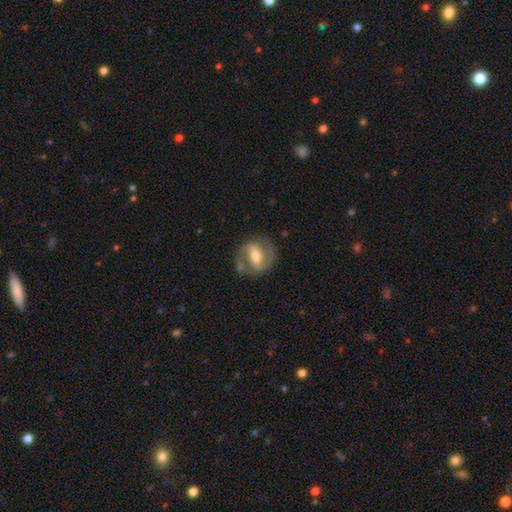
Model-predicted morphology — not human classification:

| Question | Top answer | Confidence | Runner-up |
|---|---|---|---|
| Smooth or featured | featured or disk | 83% | smooth (12%) |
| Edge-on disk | no | 97% | yes (3%) |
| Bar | strong | 46% | weak (37%) |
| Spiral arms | yes | 93% | no (7%) |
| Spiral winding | medium | 56% | tight (29%) |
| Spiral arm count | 2 | 91% | can't tell (4%) |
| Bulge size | moderate | 64% | small (28%) |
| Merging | none | 76% | minor disturbance (14%) |